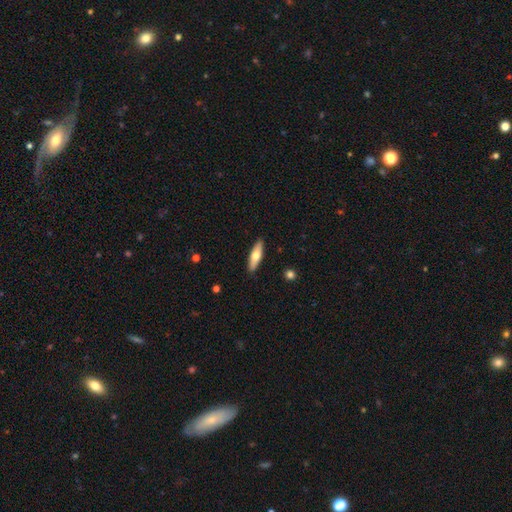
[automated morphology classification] smooth 60%, featured or disk 35%, star or artifact 5%. Down the decision tree: how rounded — cigar-shaped (59%); merging — none (90%).